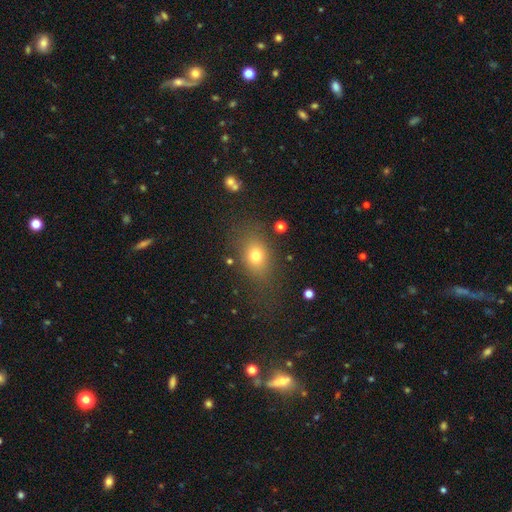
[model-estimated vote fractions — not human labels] A smooth galaxy with no disk features (74%) that is in between round and cigar-shaped (65%).

Vote fractions:
- Smooth or featured? smooth: 74% / star or artifact: 14% / featured or disk: 12%
- How rounded? in between: 65% / round: 33% / cigar-shaped: 3%
- Merging? none: 71% / minor disturbance: 15% / major disturbance: 10% / merger: 3%